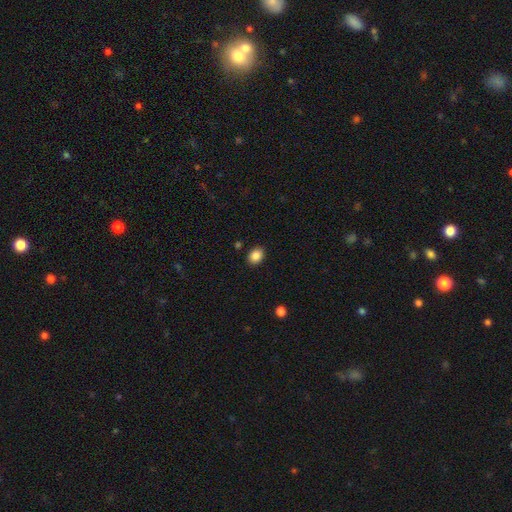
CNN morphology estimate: smooth-or-featured: smooth: 87% | star or artifact: 9% | featured or disk: 4%
  how-rounded: in between: 56% | round: 43% | cigar-shaped: 1%
  merging: none: 89% | minor disturbance: 8% | major disturbance: 2% | merger: 2%